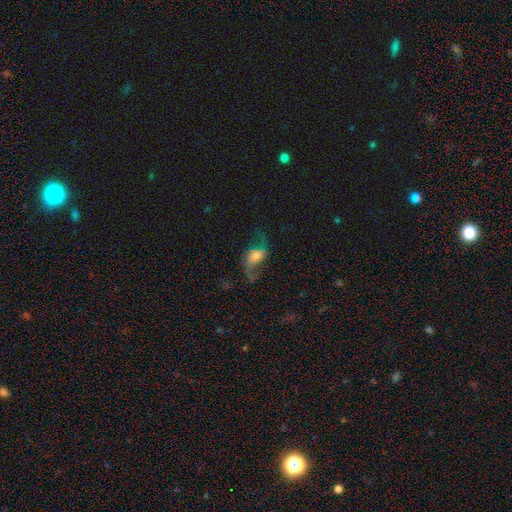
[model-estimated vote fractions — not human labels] featured or disk 68%, smooth 22%, star or artifact 10%. Down the decision tree: edge-on disk — no (94%); bar — no (47%); spiral arms — yes (89%); spiral arm count — 2 (89%); spiral winding — loose (80%); bulge size — moderate (50%); merging — none (57%).